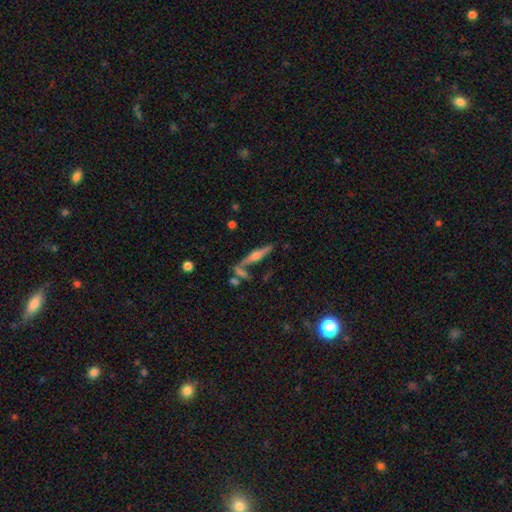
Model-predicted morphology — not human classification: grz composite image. It shows a featured or disk galaxy (73%) viewed edge-on (95%) with a rounded central bulge (90%). Merging: none (71%).